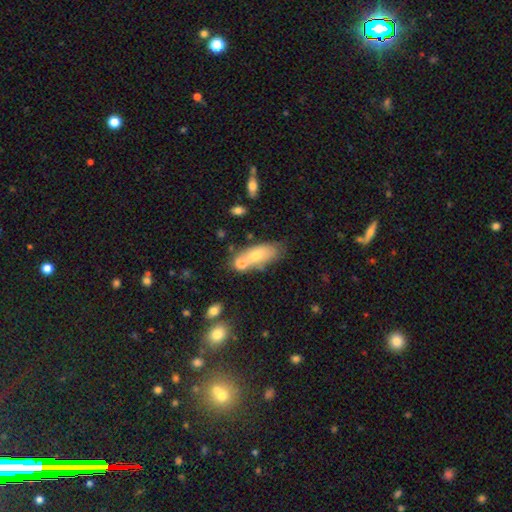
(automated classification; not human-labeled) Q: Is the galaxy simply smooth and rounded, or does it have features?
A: smooth — 68%.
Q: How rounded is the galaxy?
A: in between — 80%.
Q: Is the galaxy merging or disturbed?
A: none — 45%.